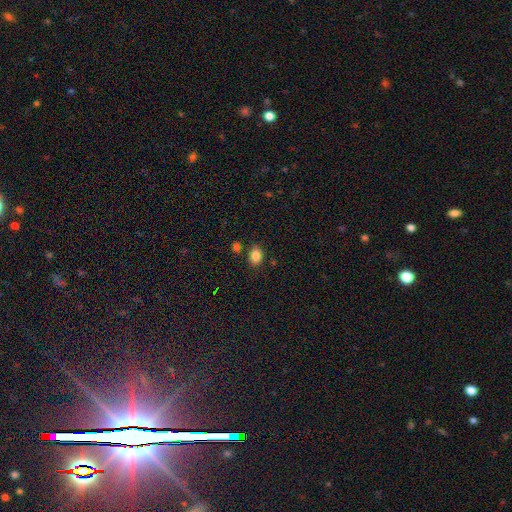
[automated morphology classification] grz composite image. It shows a smooth galaxy with no disk features (84%) that is in between round and cigar-shaped (65%). Merging: none (79%).